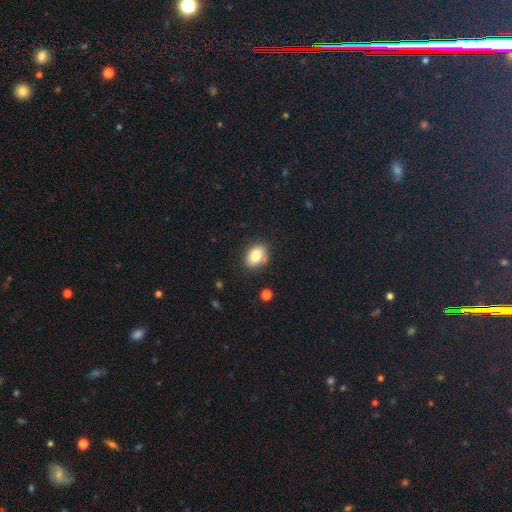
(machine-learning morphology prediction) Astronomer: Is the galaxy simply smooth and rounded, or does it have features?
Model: smooth — 81%.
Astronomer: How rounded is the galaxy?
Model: in between — 74%.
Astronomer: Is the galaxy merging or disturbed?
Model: none — 79%.